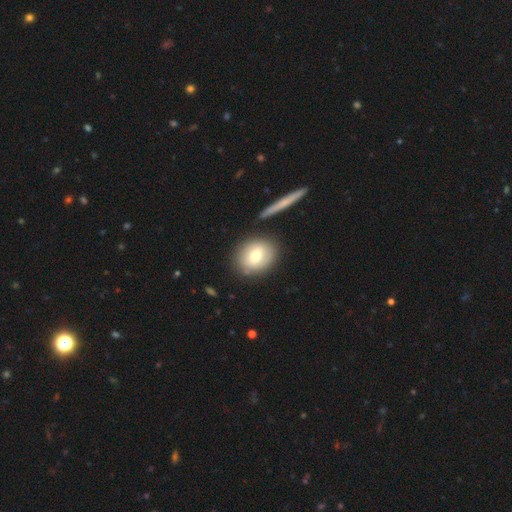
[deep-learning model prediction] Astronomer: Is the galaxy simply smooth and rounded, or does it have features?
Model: smooth — 70%.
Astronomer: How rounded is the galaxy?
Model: round — 71%.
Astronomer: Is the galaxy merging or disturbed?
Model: none — 79%.